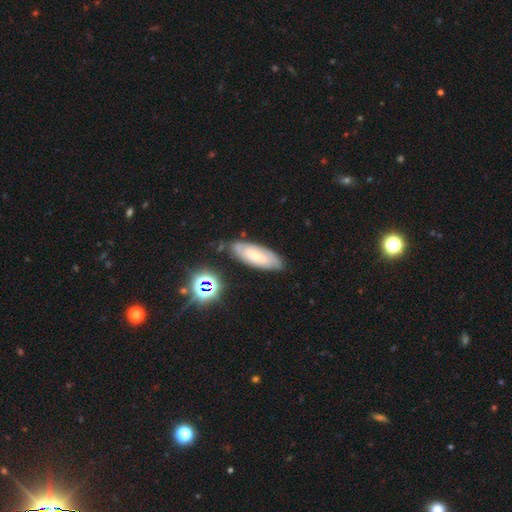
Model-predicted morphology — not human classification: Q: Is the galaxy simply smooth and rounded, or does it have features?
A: smooth — 46%.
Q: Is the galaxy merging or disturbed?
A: none — 74%.